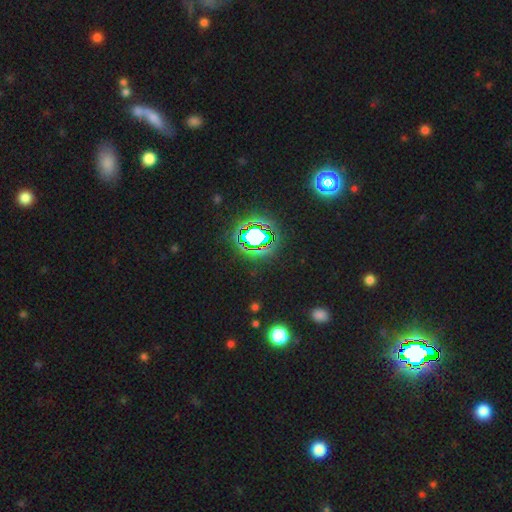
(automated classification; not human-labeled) star or artifact 79%, smooth 14%, featured or disk 8%.